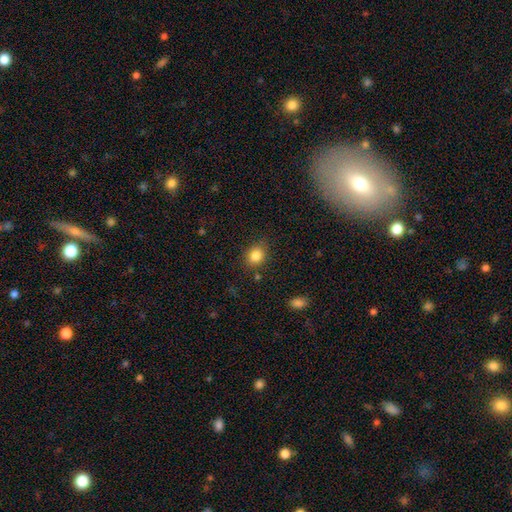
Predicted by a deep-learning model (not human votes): Q: Smooth or featured?
A: smooth (84%); runner-up: star or artifact (11%)
Q: How rounded?
A: round (65%); runner-up: in between (34%)
Q: Merging?
A: none (83%); runner-up: minor disturbance (11%)